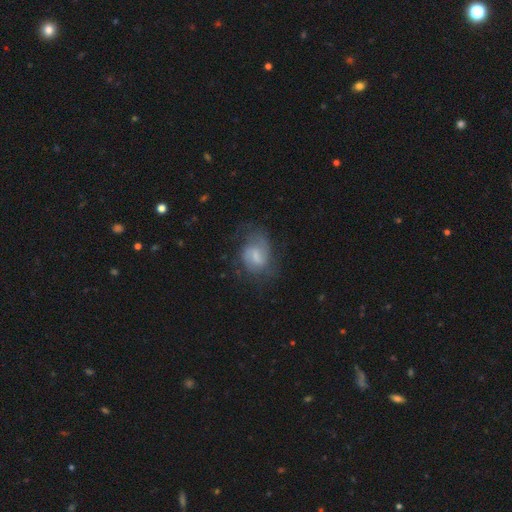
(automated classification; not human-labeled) smooth_or_featured: featured or disk (p=0.59) [alt: smooth p=0.33]
disk_edge_on: no (p=0.97) [alt: yes p=0.03]
bar: weak (p=0.58) [alt: no p=0.28]
has_spiral_arms: yes (p=0.83) [alt: no p=0.17]
bulge_size: small (p=0.42) [alt: moderate p=0.31]
merging: none (p=0.53) [alt: minor disturbance p=0.25]